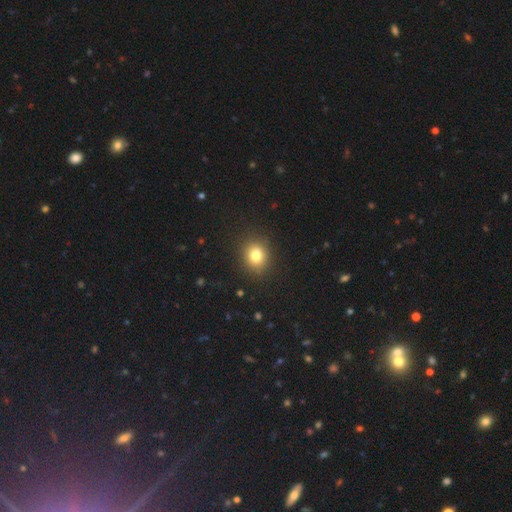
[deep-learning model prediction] Smooth or featured?
  - smooth: 80% *
  - star or artifact: 13%
  - featured or disk: 8%
How rounded?
  - round: 73% *
  - in between: 26%
  - cigar-shaped: 1%
Merging?
  - none: 88% *
  - minor disturbance: 8%
  - major disturbance: 3%
  - merger: 1%